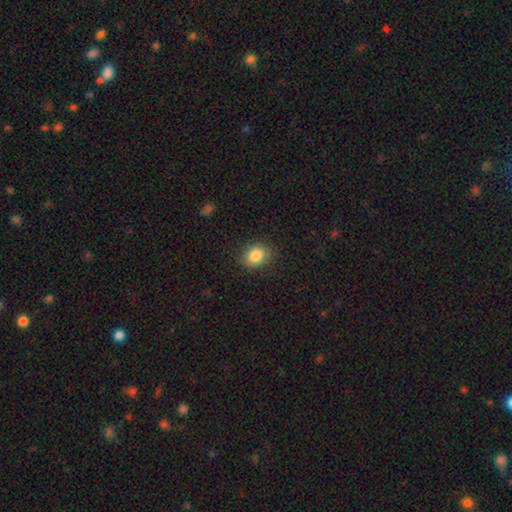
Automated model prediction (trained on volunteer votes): Smooth or featured? smooth (86%)
How rounded? round (52%)
Merging? none (86%)